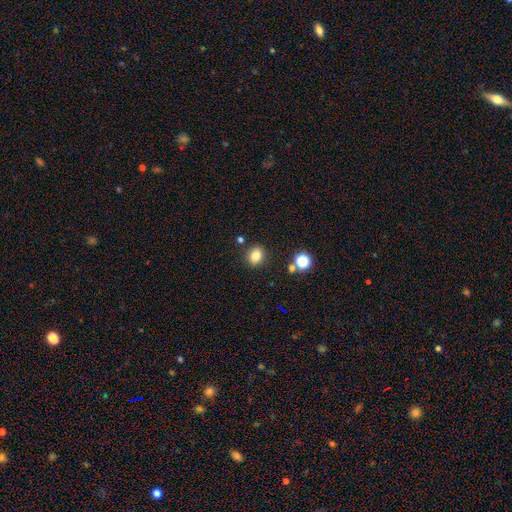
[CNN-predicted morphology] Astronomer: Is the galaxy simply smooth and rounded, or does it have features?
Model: smooth — 82%.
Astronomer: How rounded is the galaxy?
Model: round — 51% (runner-up: in between, 48%).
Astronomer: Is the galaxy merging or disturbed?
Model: none — 83%.